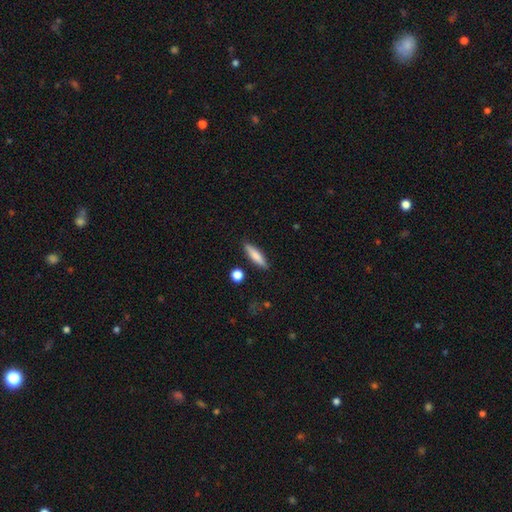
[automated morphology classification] type=smooth (77%); roundness=cigar-shaped (73%); merging=none (86%).